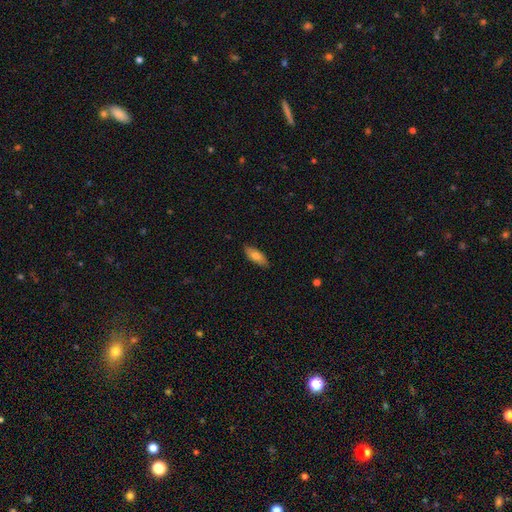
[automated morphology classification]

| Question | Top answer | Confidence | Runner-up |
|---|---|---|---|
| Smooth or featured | smooth | 74% | featured or disk (20%) |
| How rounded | in between | 69% | cigar-shaped (29%) |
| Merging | none | 86% | minor disturbance (11%) |